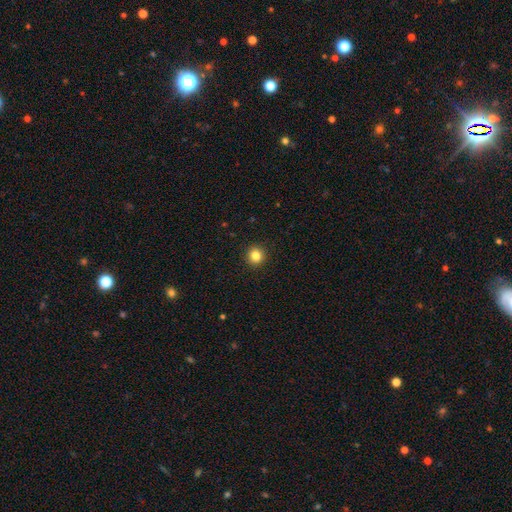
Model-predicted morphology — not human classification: smooth 83%, star or artifact 12%, featured or disk 5%. Down the decision tree: how rounded — round (88%); merging — none (92%).